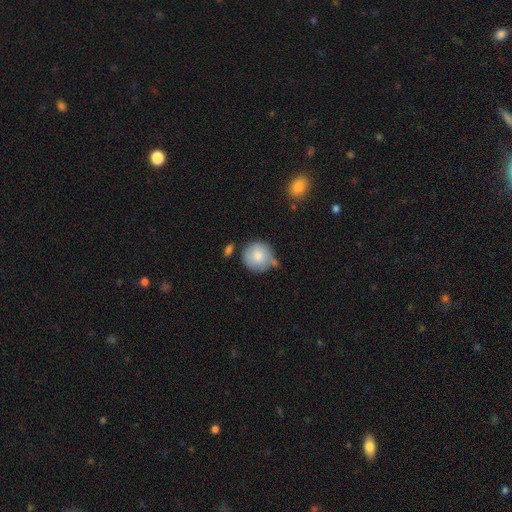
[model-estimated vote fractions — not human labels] Smooth or featured? smooth (81%)
How rounded? round (94%)
Merging? none (62%)